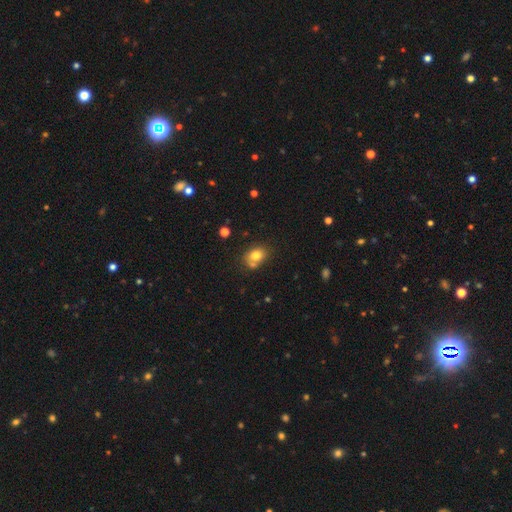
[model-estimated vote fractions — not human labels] The model was most divided on "how rounded": in between: 57%, round: 42%, cigar-shaped: 1%. More confident: smooth or featured — smooth (78%); merging — none (57%).